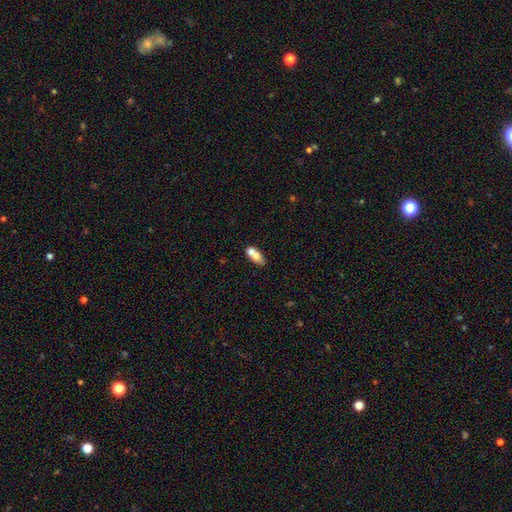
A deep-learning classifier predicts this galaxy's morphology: A smooth galaxy with no disk features (69%) that is in between round and cigar-shaped (77%). Merging: merger (48%).